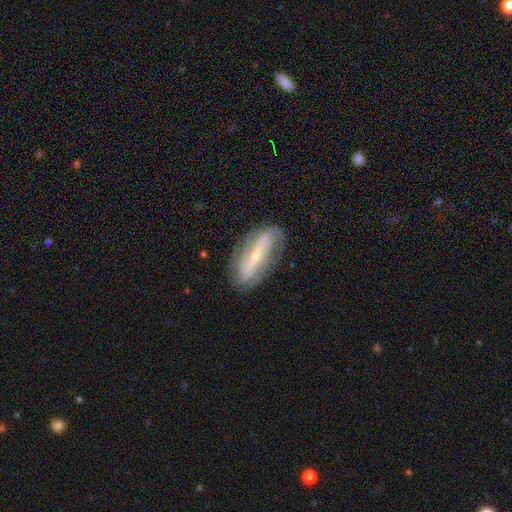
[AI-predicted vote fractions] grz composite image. It shows a featured or disk galaxy (79%) with a strong bar (64%), 2 (67%) tight (46%) spiral arms (85%) and a small central bulge (71%). Merging: none (79%).